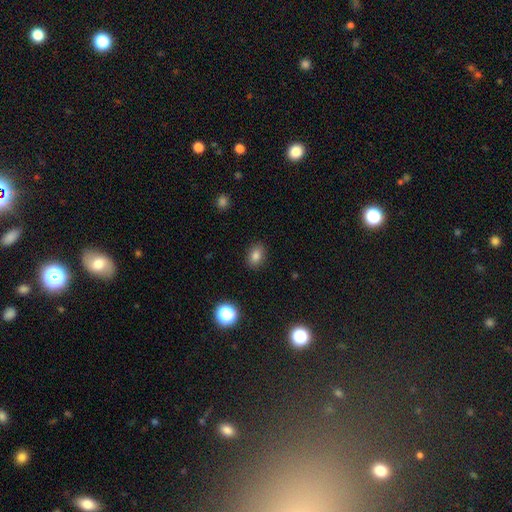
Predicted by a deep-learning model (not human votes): smooth 81%, star or artifact 13%, featured or disk 6%. Down the decision tree: how rounded — in between (70%); merging — none (87%).